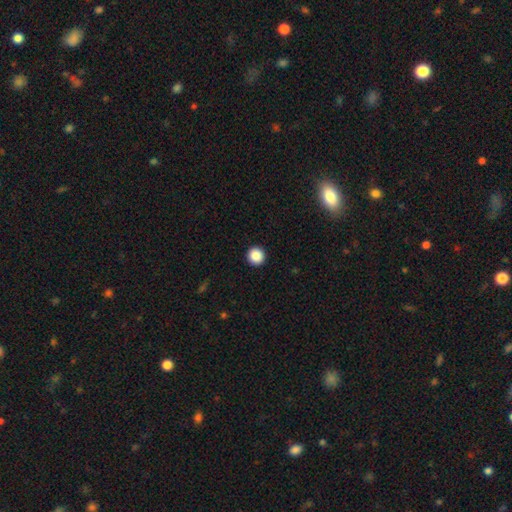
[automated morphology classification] Q: Smooth or featured?
A: smooth (88%); runner-up: star or artifact (9%)
Q: How rounded?
A: round (95%); runner-up: in between (4%)
Q: Merging?
A: none (93%); runner-up: minor disturbance (4%)